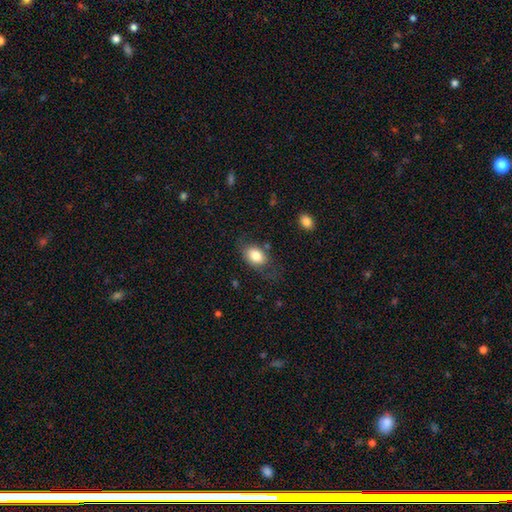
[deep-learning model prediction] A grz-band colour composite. It shows a smooth galaxy with no disk features (81%) that is in between round and cigar-shaped (81%). Merging: none (64%).